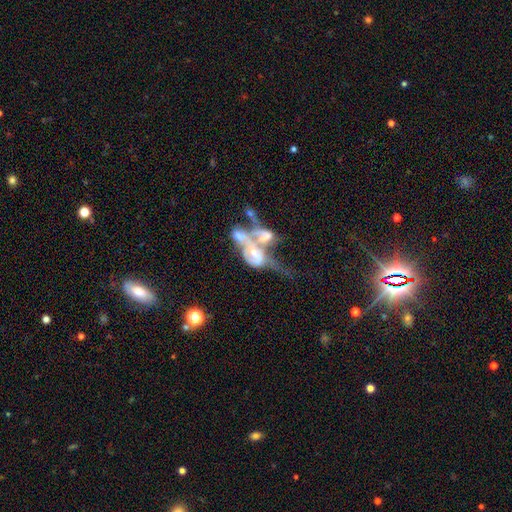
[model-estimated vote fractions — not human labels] A featured or disk galaxy (69%) with no bar (67%), no spiral arms (55%) and a moderate central bulge (33%).

Vote fractions:
- Smooth or featured? featured or disk: 69% / smooth: 20% / star or artifact: 11%
- Edge-on disk? no: 95% / yes: 5%
- Bar? no: 67% / weak: 21% / strong: 12%
- Spiral arms? no: 55% / yes: 45%
- Bulge size? moderate: 33% / small: 30% / none: 26% / large: 8% / dominant: 2%
- Merging? merger: 70% / major disturbance: 19% / none: 6% / minor disturbance: 5%